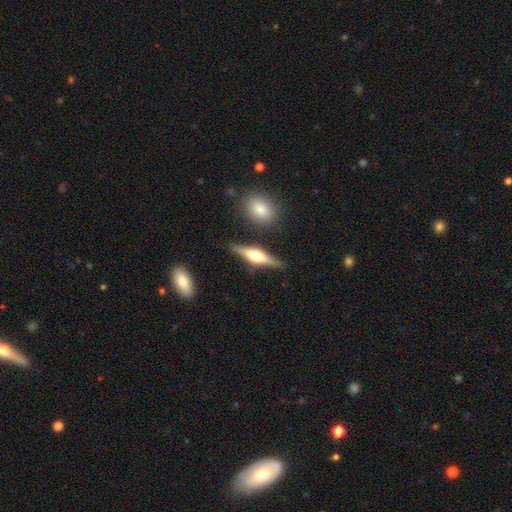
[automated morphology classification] Smooth or featured? Predicted: featured or disk (p=0.65). Edge-on disk? Predicted: yes (p=0.96). Edge-on bulge? Predicted: rounded (p=0.89). Merging? Predicted: none (p=0.84).